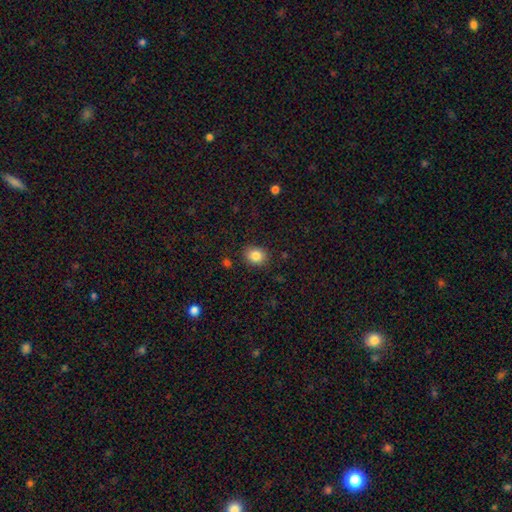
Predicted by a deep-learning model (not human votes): smooth-or-featured: smooth: 85% | star or artifact: 10% | featured or disk: 6%
  how-rounded: round: 59% | in between: 40% | cigar-shaped: 1%
  merging: none: 88% | minor disturbance: 9% | major disturbance: 2% | merger: 1%